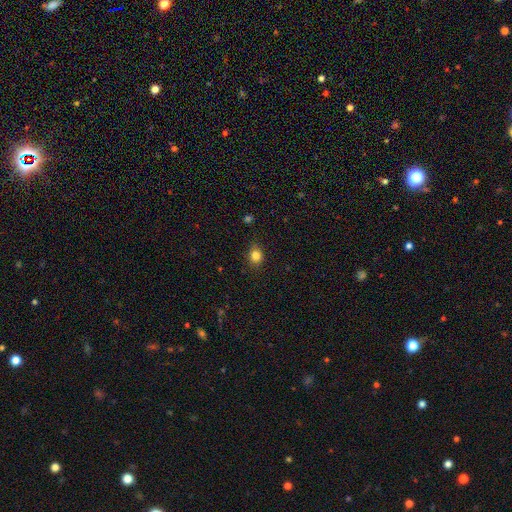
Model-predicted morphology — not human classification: This appears to be a smooth galaxy with no disk features (83%) that is round (68%). Merging: none (85%).